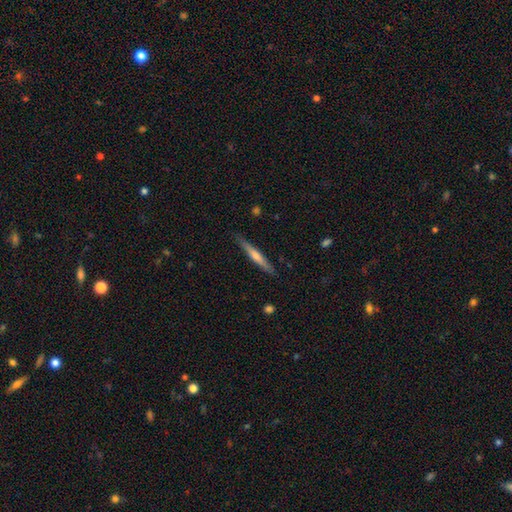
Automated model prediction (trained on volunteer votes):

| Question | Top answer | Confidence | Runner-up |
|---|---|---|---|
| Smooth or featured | featured or disk | 59% | smooth (35%) |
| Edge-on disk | yes | 97% | no (3%) |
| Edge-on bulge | rounded | 72% | none (22%) |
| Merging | none | 88% | minor disturbance (9%) |